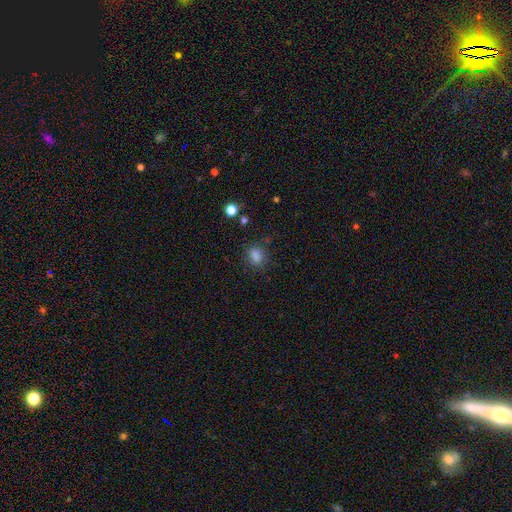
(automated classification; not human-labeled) Smooth or featured?
  - smooth: 80% *
  - star or artifact: 14%
  - featured or disk: 6%
How rounded?
  - in between: 60% *
  - round: 38%
  - cigar-shaped: 2%
Merging?
  - none: 79% *
  - minor disturbance: 14%
  - major disturbance: 5%
  - merger: 2%